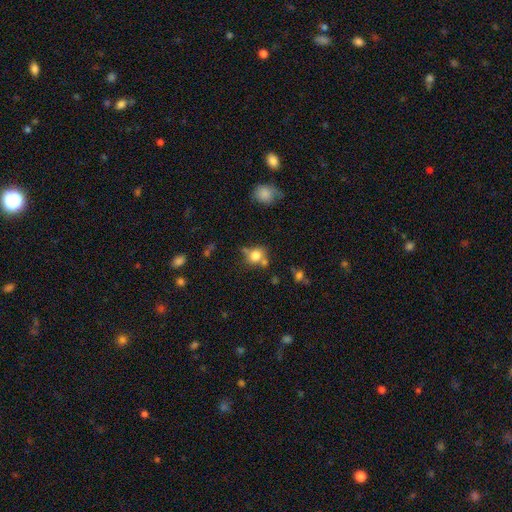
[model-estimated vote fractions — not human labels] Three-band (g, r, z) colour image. It shows a smooth galaxy with no disk features (77%) that is round (72%). Merging: none (55%).